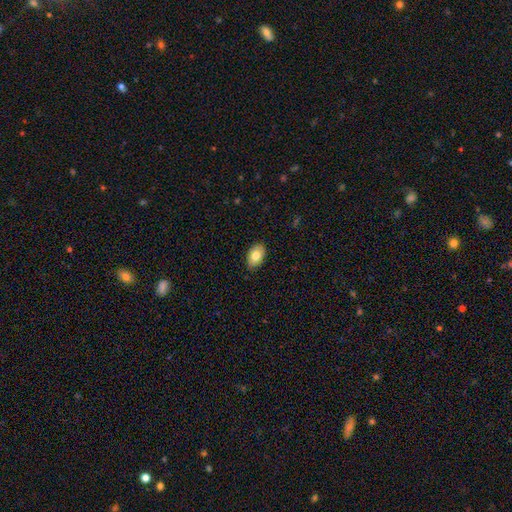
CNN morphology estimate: This is likely a smooth galaxy (80%). How rounded: clearly in between (91%). Merging: clearly none (88%).